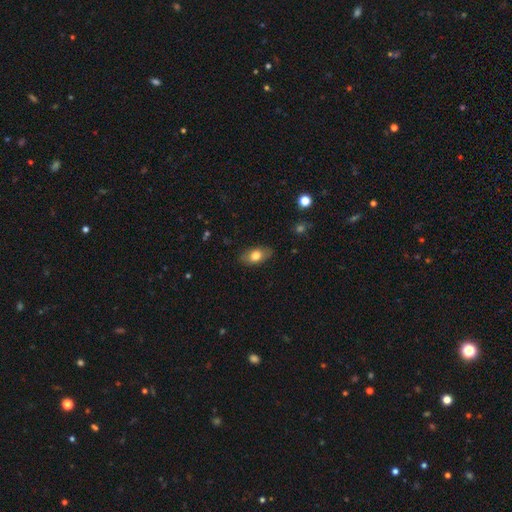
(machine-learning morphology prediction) Smooth or featured?
  - smooth: 75% *
  - featured or disk: 18%
  - star or artifact: 7%
How rounded?
  - in between: 88% *
  - round: 7%
  - cigar-shaped: 4%
Merging?
  - none: 84% *
  - minor disturbance: 12%
  - major disturbance: 3%
  - merger: 1%